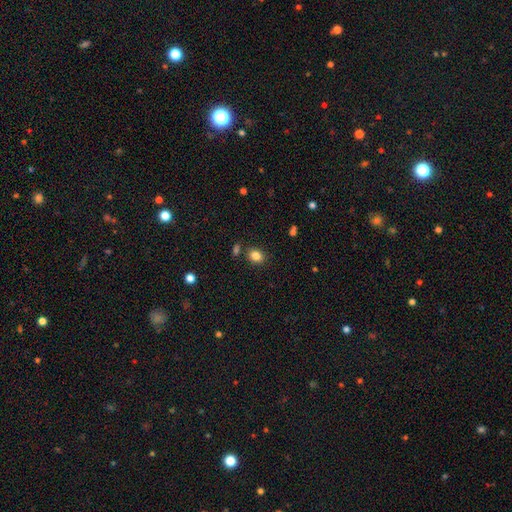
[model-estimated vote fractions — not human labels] smooth_or_featured: smooth (p=0.84) [alt: star or artifact p=0.10]
how_rounded: in between (p=0.55) [alt: round p=0.44]
merging: none (p=0.81) [alt: minor disturbance p=0.10]